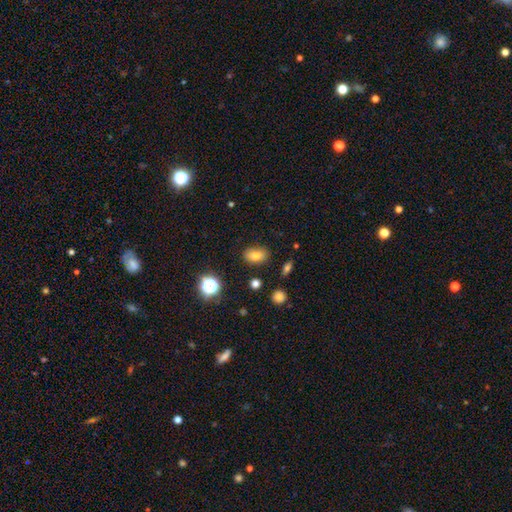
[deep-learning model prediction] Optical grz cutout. It shows a smooth galaxy with no disk features (75%) that is in between round and cigar-shaped (81%). Merging: none (83%).